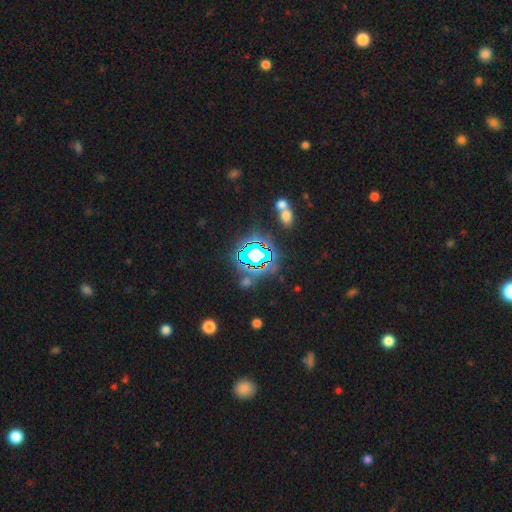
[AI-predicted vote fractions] Q: Smooth or featured?
A: star or artifact (69%); runner-up: smooth (19%)